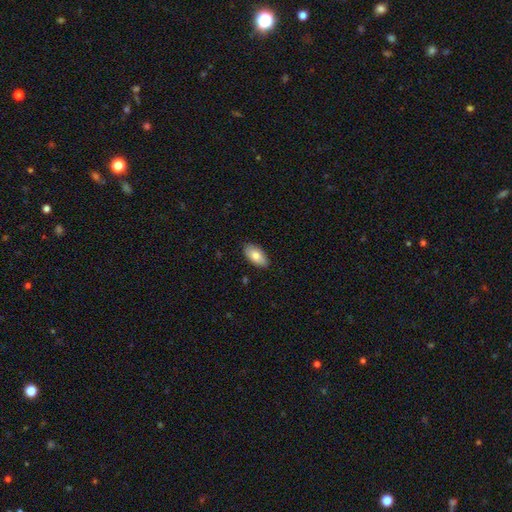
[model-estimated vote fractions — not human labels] Smooth or featured?
  - smooth: 80% *
  - featured or disk: 13%
  - star or artifact: 6%
How rounded?
  - in between: 94% *
  - cigar-shaped: 3%
  - round: 3%
Merging?
  - none: 87% *
  - minor disturbance: 11%
  - major disturbance: 2%
  - merger: 1%